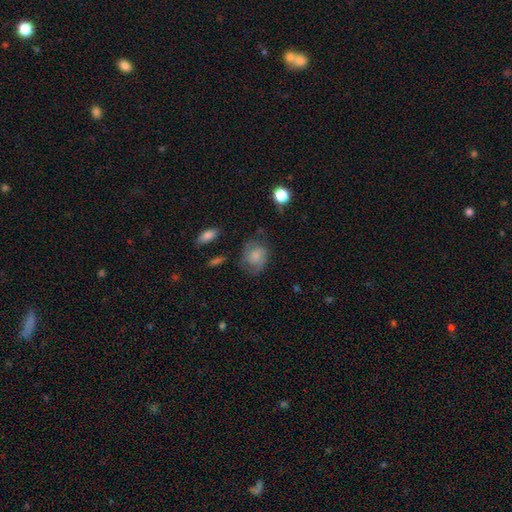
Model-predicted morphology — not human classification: smooth-or-featured: smooth: 54% | featured or disk: 36% | star or artifact: 9%
  how-rounded: round: 50% | in between: 49% | cigar-shaped: 1%
  merging: none: 56% | minor disturbance: 26% | major disturbance: 15% | merger: 3%